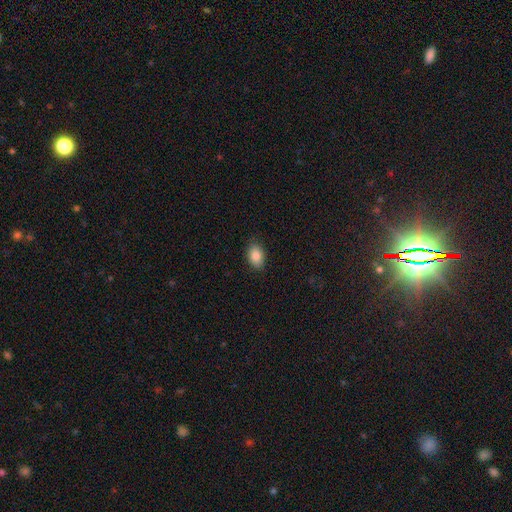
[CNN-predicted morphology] smooth 87%, star or artifact 8%, featured or disk 5%. Down the decision tree: how rounded — in between (85%); merging — none (87%).